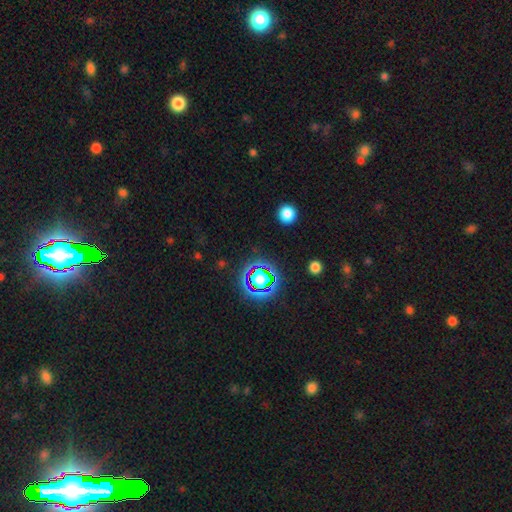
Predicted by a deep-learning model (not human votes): Smooth or featured? Predicted: star or artifact (p=0.79).